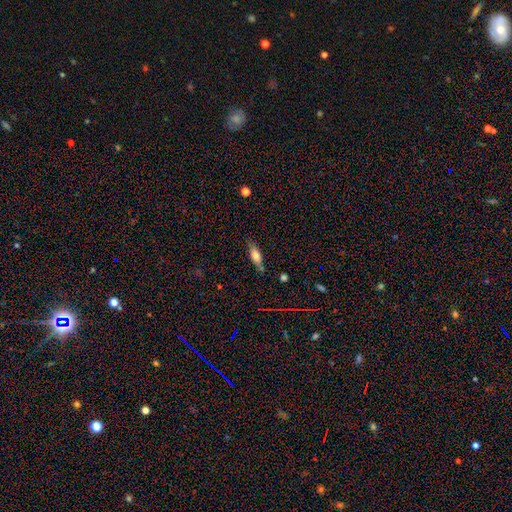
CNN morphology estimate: Smooth or featured: smooth — 66% (featured or disk — 25%)
How rounded: in between — 58% (cigar-shaped — 39%)
Merging: none — 71% (minor disturbance — 20%)